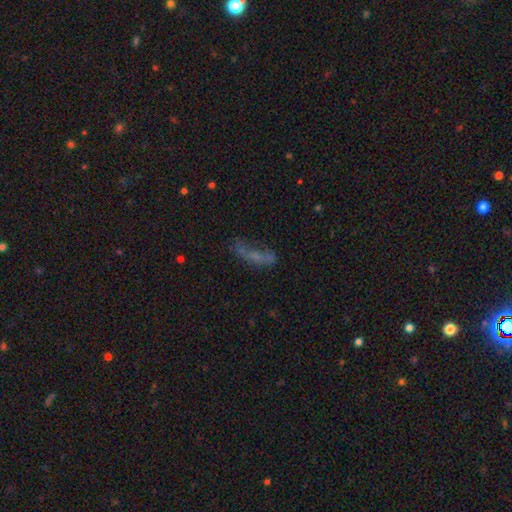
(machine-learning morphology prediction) A smooth galaxy with no disk features (44%).

Vote fractions:
- Smooth or featured? smooth: 44% / featured or disk: 35% / star or artifact: 21%
- Merging? none: 38% / major disturbance: 30% / minor disturbance: 22% / merger: 10%